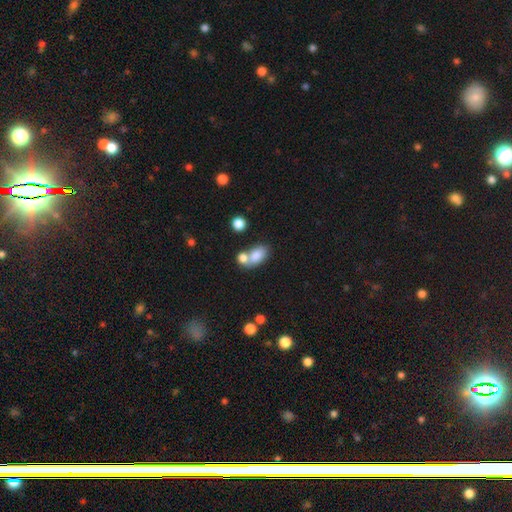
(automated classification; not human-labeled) This appears to be a smooth galaxy with no disk features (80%) that is in between round and cigar-shaped (86%). Merging: merger (45%).